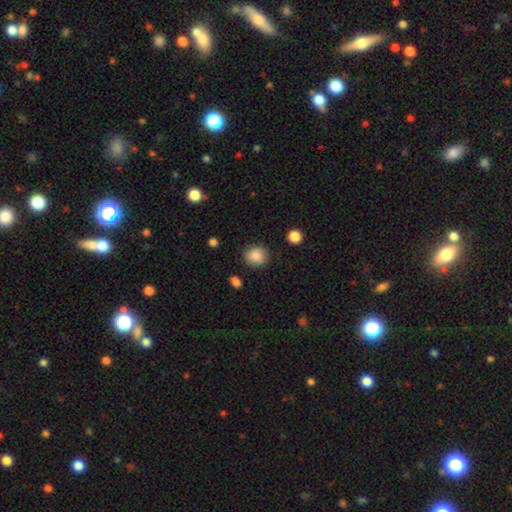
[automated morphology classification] The model was most divided on "how rounded": round: 83%, in between: 16%, cigar-shaped: 1%. More confident: smooth or featured — smooth (87%); merging — none (87%).